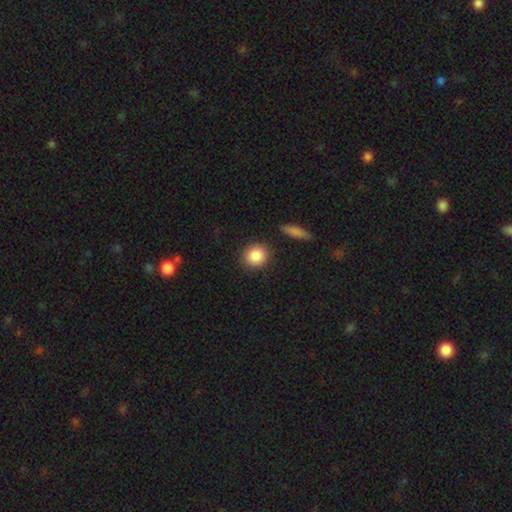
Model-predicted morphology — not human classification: The model was most divided on "how rounded": round: 82%, in between: 17%, cigar-shaped: 2%. More confident: smooth or featured — smooth (87%); merging — none (87%).